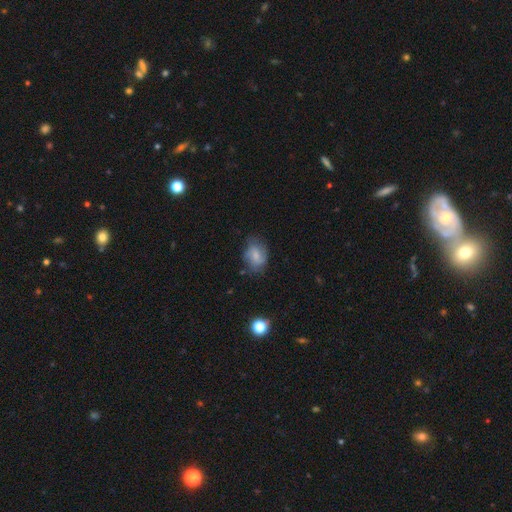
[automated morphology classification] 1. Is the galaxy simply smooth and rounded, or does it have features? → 59% smooth, 33% featured or disk, 8% star or artifact.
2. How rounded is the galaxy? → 69% in between, 30% round, 1% cigar-shaped.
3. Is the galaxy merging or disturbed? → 64% none, 26% minor disturbance, 8% major disturbance, 2% merger.